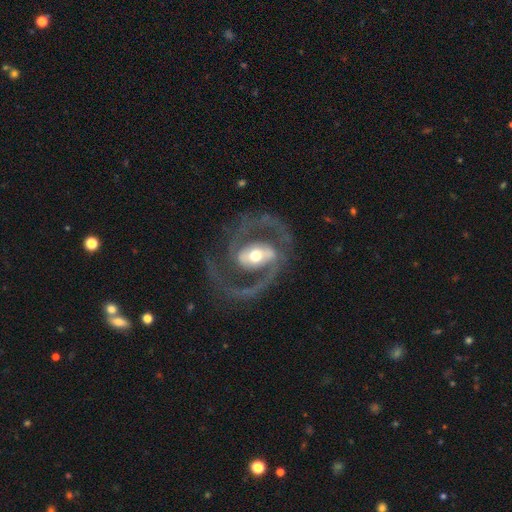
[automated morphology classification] A featured or disk galaxy (90%) with a strong bar (45%), 2 (91%) medium (60%) spiral arms (93%) and a moderate central bulge (66%).

Vote fractions:
- Smooth or featured? featured or disk: 90% / smooth: 6% / star or artifact: 4%
- Edge-on disk? no: 97% / yes: 3%
- Bar? strong: 45% / weak: 33% / no: 22%
- Spiral arms? yes: 93% / no: 7%
- Spiral winding? medium: 60% / loose: 20% / tight: 19%
- Spiral arm count? 2: 91% / can't tell: 3% / 1: 2% / 3: 2% / 4: 1% / more than 4: 1%
- Bulge size? moderate: 66% / large: 17% / small: 15% / dominant: 2% / none: 1%
- Merging? none: 75% / major disturbance: 12% / minor disturbance: 12% / merger: 2%